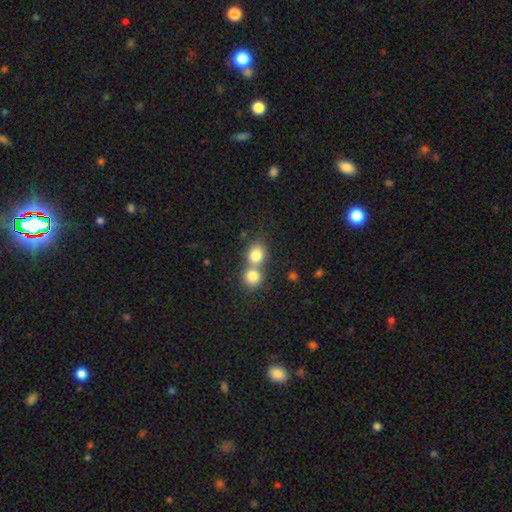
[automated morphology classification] Overall: smooth (81%). How rounded: round (72%). Merging: merger (59%; none 33%).